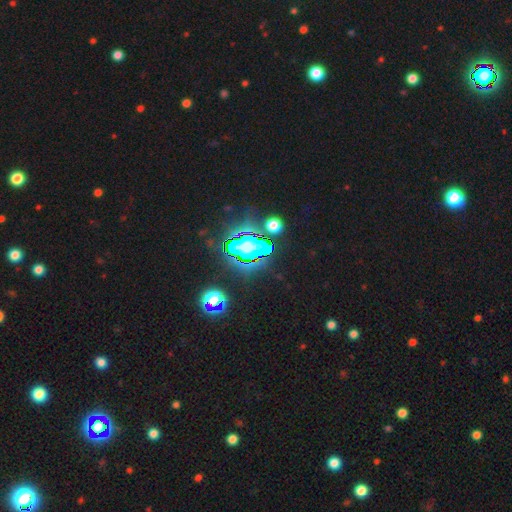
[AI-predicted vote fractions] A star or artifact, not a galaxy (67%).